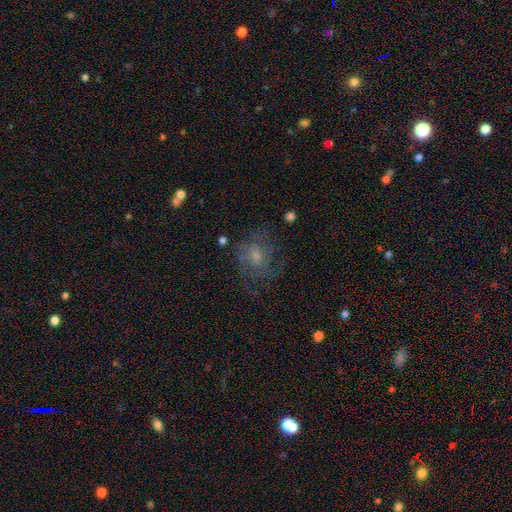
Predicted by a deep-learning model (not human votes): This appears to be a smooth galaxy with no disk features (45%). Merging: none (57%).